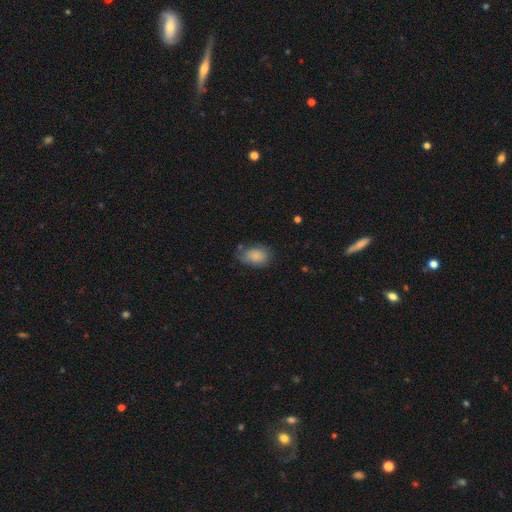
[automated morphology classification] smooth 84%, featured or disk 8%, star or artifact 8%. Down the decision tree: how rounded — in between (82%); merging — none (60%).